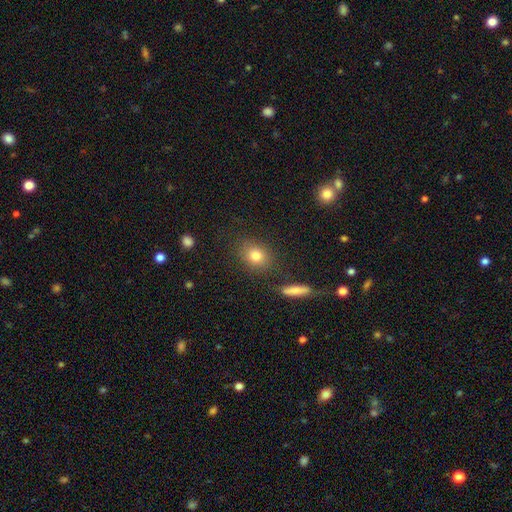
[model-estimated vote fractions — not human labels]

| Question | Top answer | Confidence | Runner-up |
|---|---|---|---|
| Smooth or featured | smooth | 79% | star or artifact (11%) |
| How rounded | round | 55% | in between (43%) |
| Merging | none | 81% | minor disturbance (10%) |